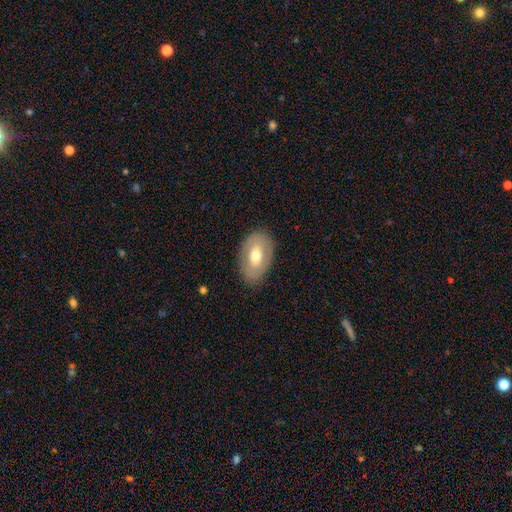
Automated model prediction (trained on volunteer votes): Overall: smooth (50%; featured or disk 43%). How rounded: in between (89%). Merging: none (83%).